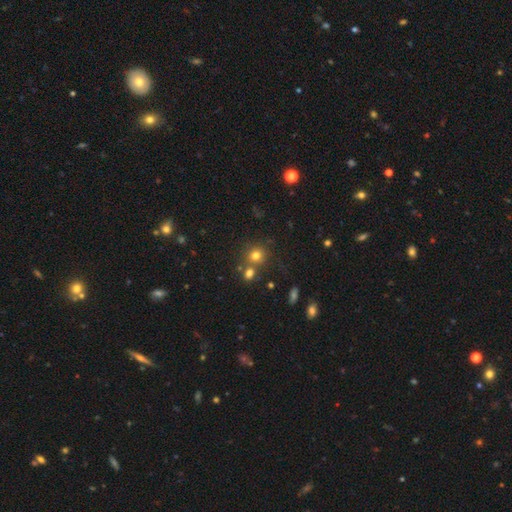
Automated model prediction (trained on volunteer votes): The model was most divided on "merging": none: 64%, merger: 24%, minor disturbance: 9%, major disturbance: 4%. More confident: how rounded — round (86%); smooth or featured — smooth (75%).